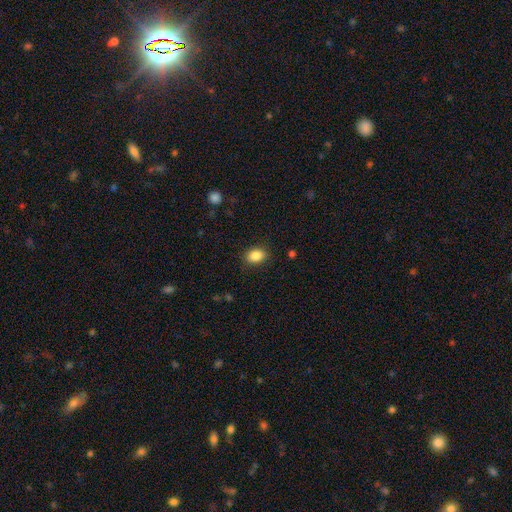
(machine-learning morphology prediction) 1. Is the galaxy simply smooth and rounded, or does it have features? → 87% smooth, 9% star or artifact, 4% featured or disk.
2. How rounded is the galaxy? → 74% in between, 25% round, 1% cigar-shaped.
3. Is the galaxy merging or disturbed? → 86% none, 10% minor disturbance, 3% major disturbance, 1% merger.